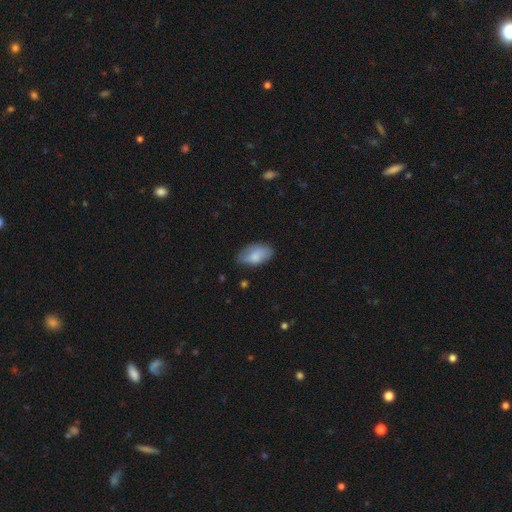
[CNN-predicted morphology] smooth_or_featured: smooth (p=0.79) [alt: featured or disk p=0.15]
how_rounded: in between (p=0.94) [alt: round p=0.04]
merging: none (p=0.67) [alt: minor disturbance p=0.26]